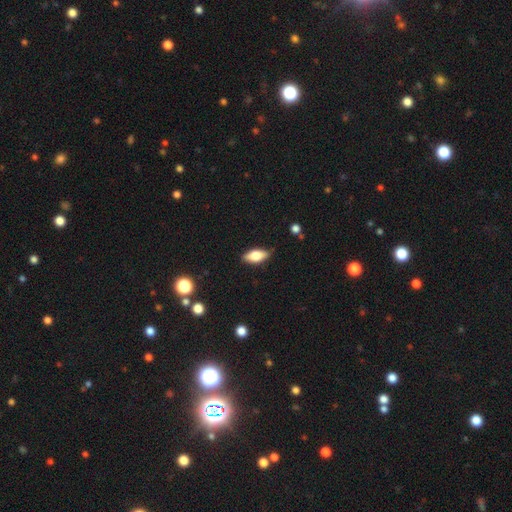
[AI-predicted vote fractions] Overall: smooth (67%). How rounded: in between (83%). Merging: none (84%).